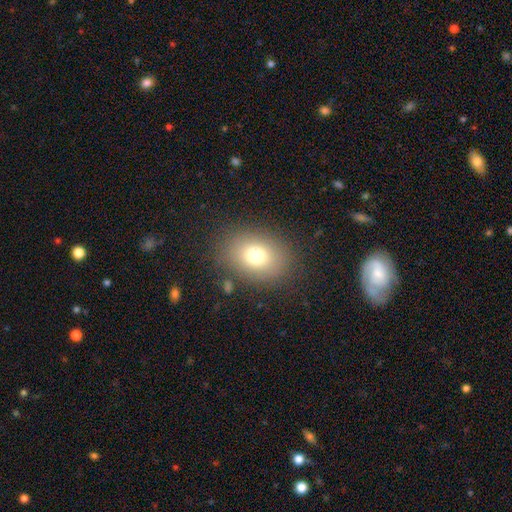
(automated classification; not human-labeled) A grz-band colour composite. It shows a smooth galaxy with no disk features (75%) that is in between round and cigar-shaped (63%). Merging: none (83%).